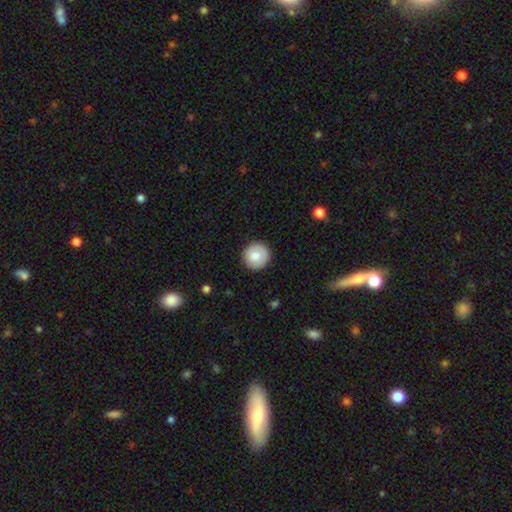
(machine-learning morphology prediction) smooth_or_featured: smooth (p=0.81) [alt: featured or disk p=0.12]
how_rounded: round (p=0.95) [alt: in between p=0.04]
merging: none (p=0.90) [alt: minor disturbance p=0.07]